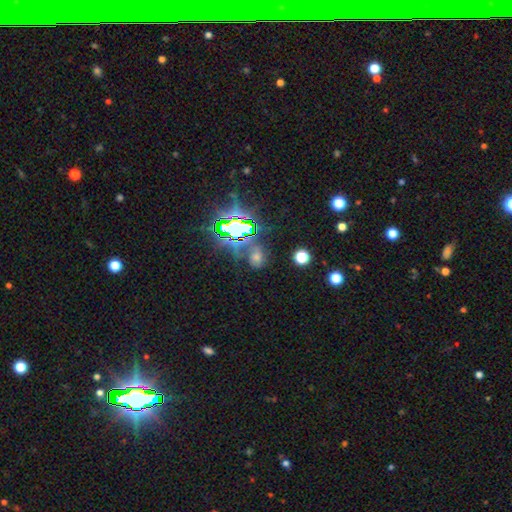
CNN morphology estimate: Smooth or featured? star or artifact (65%)